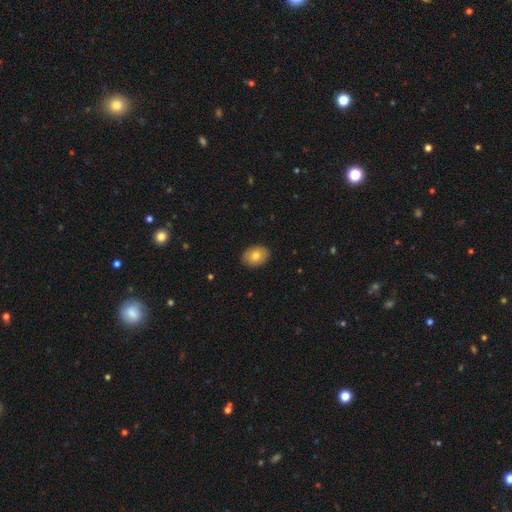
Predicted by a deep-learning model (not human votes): smooth 77%, featured or disk 15%, star or artifact 8%. Down the decision tree: how rounded — in between (70%); merging — none (89%).